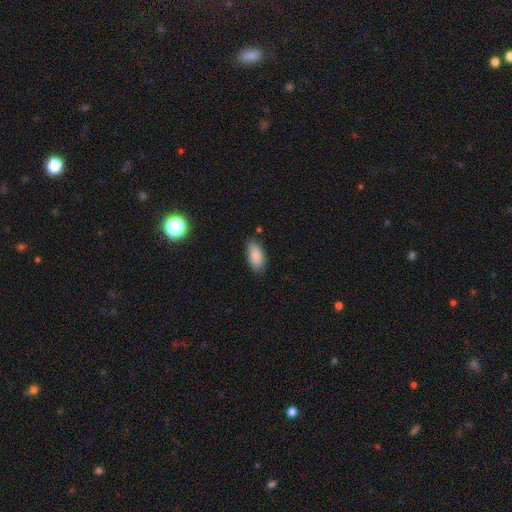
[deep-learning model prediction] Q: Smooth or featured?
A: smooth (88%); runner-up: star or artifact (7%)
Q: How rounded?
A: in between (89%); runner-up: cigar-shaped (9%)
Q: Merging?
A: none (78%); runner-up: minor disturbance (17%)